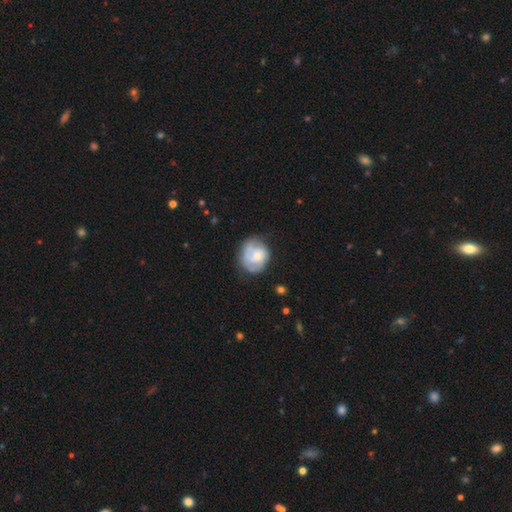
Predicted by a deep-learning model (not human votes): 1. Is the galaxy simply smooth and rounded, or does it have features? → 52% featured or disk, 41% smooth, 7% star or artifact.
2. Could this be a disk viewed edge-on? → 98% no, 2% yes.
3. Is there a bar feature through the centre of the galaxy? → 72% no, 24% weak, 4% strong.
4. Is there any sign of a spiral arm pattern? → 69% yes, 31% no.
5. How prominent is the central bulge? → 47% small, 42% moderate, 6% none, 4% large, 1% dominant.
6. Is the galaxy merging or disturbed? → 60% none, 26% minor disturbance, 12% major disturbance, 3% merger.